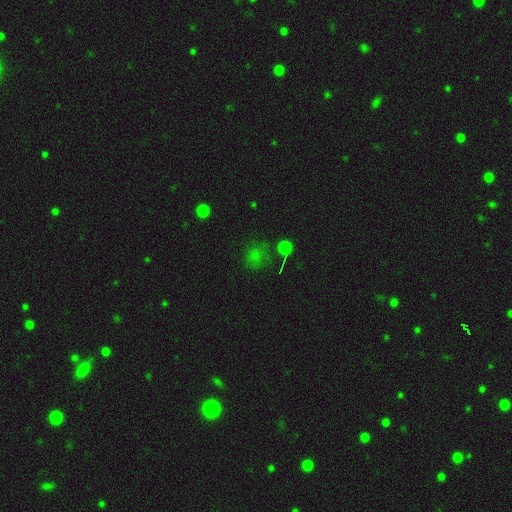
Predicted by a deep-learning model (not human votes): This is possibly a smooth galaxy (57%). How rounded: likely round (79%). Merging: likely none (65%).